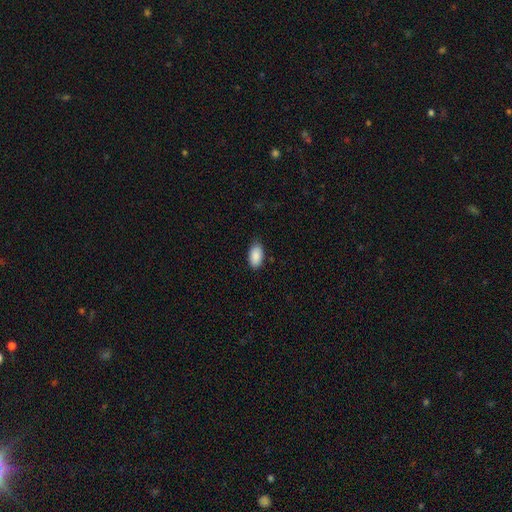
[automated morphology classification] smooth 90%, star or artifact 7%, featured or disk 4%. Down the decision tree: how rounded — in between (94%); merging — none (83%).